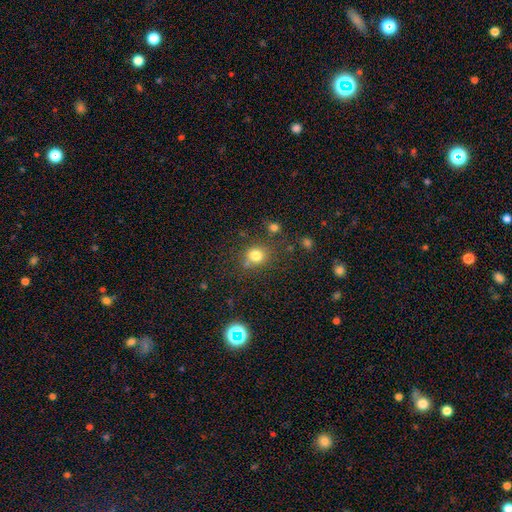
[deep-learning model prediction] smooth 78%, star or artifact 15%, featured or disk 7%. Down the decision tree: how rounded — round (81%); merging — none (71%).